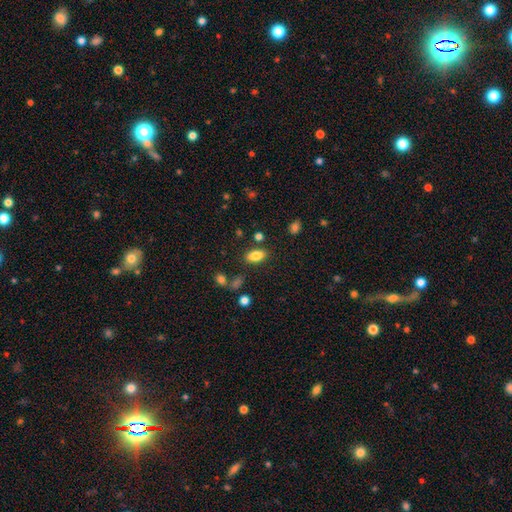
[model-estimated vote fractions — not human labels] This is clearly a smooth galaxy (84%). How rounded: clearly in between (90%). Merging: clearly none (81%).